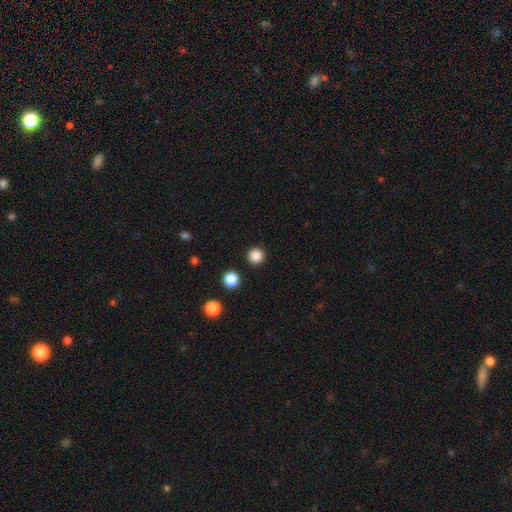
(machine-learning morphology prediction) Overall: smooth (86%). How rounded: round (96%). Merging: none (93%).